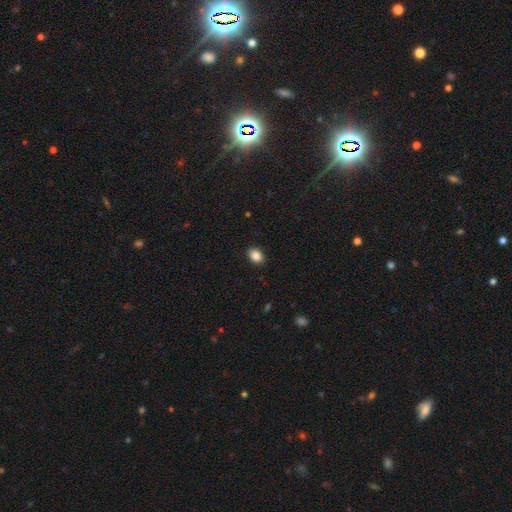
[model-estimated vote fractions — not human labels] This appears to be a smooth galaxy with no disk features (88%) that is in between round and cigar-shaped (77%). Merging: none (89%).